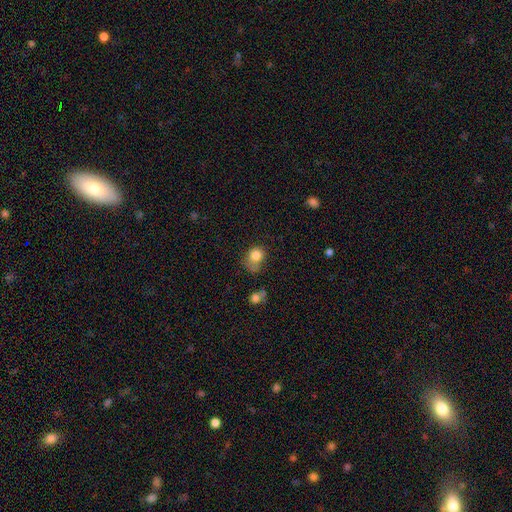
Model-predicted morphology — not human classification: Smooth or featured? smooth (80%)
How rounded? round (62%)
Merging? none (35%)